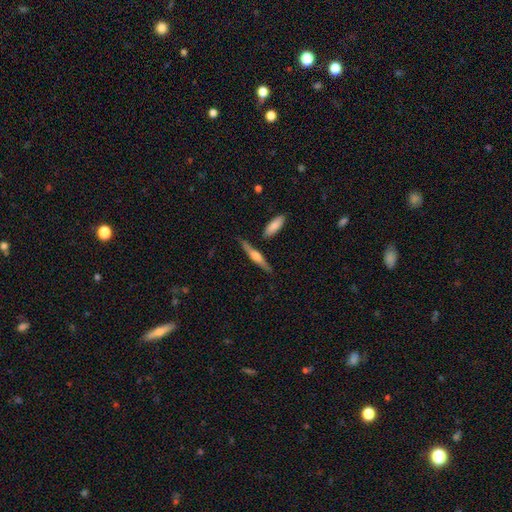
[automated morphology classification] A featured or disk galaxy (61%) viewed edge-on (96%) with a rounded central bulge (72%). Merging: none (79%).